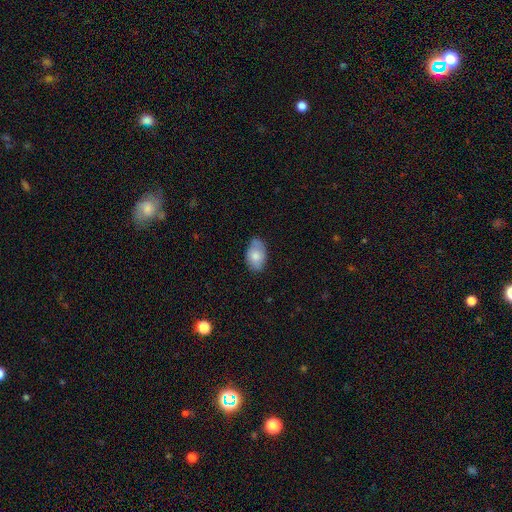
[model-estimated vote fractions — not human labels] Smooth or featured: smooth — 74% (featured or disk — 20%)
How rounded: in between — 91% (round — 7%)
Merging: none — 72% (minor disturbance — 22%)